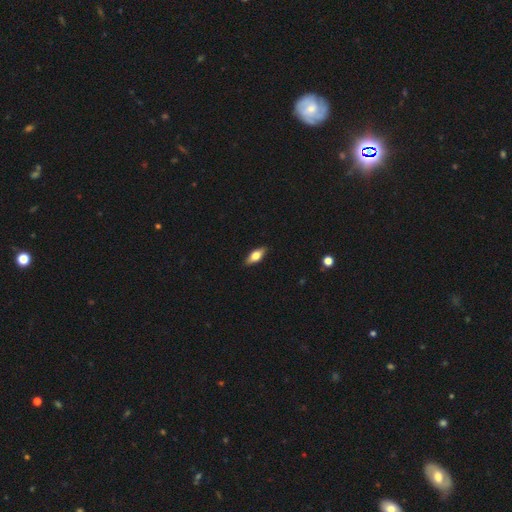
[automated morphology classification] Overall: smooth (65%; featured or disk 29%). How rounded: in between (78%). Merging: none (88%).